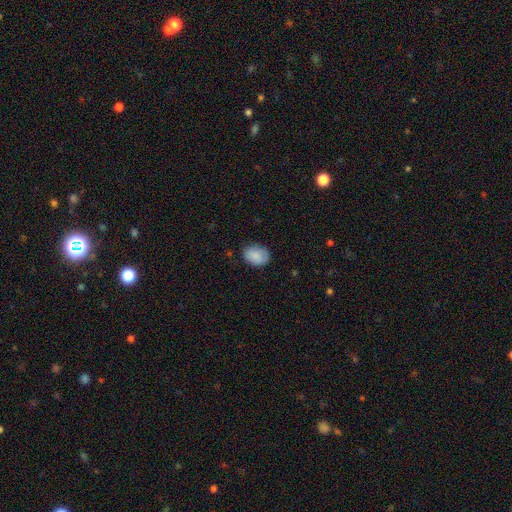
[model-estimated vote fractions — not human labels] A smooth galaxy with no disk features (87%) that is in between round and cigar-shaped (68%).

Vote fractions:
- Smooth or featured? smooth: 87% / star or artifact: 7% / featured or disk: 6%
- How rounded? in between: 68% / round: 31% / cigar-shaped: 1%
- Merging? none: 78% / minor disturbance: 18% / major disturbance: 4% / merger: 1%